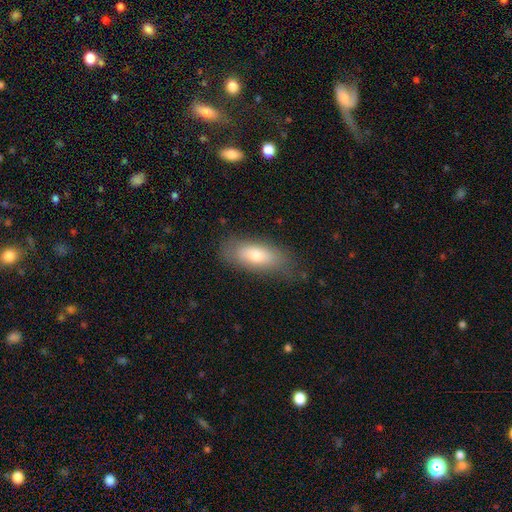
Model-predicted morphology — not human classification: This appears to be a smooth galaxy with no disk features (72%) that is in between round and cigar-shaped (78%). Merging: none (76%).